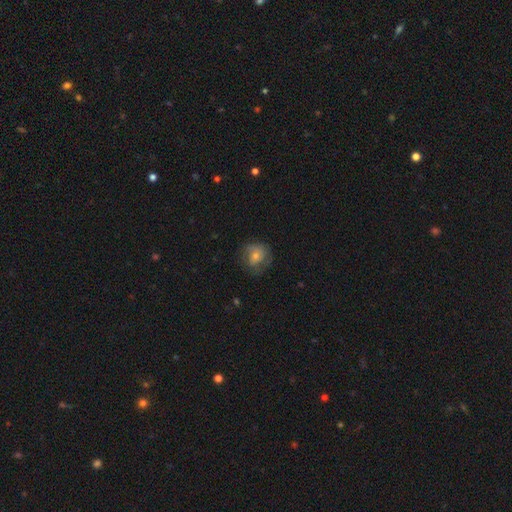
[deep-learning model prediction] A smooth galaxy with no disk features (58%) that is round (73%). Merging: none (59%).